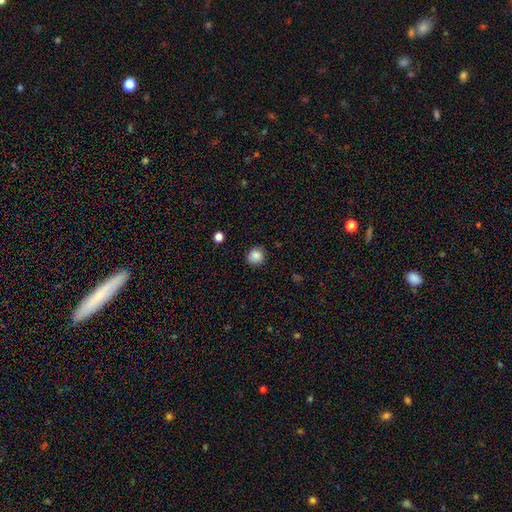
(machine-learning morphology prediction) smooth-or-featured: smooth: 87% | star or artifact: 10% | featured or disk: 4%
  how-rounded: round: 88% | in between: 11% | cigar-shaped: 1%
  merging: none: 85% | minor disturbance: 11% | major disturbance: 3% | merger: 1%